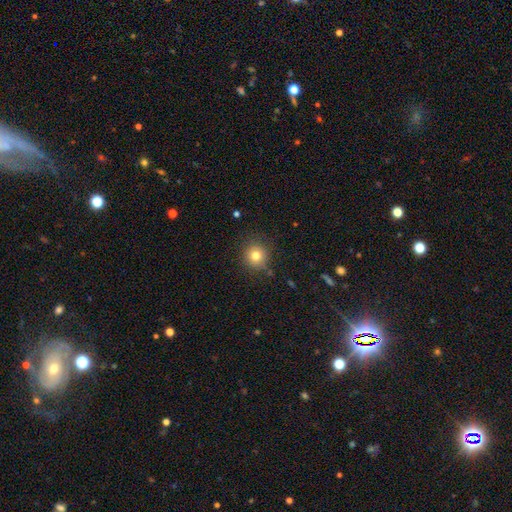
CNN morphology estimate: A smooth galaxy with no disk features (79%) that is round (92%). Merging: none (86%).